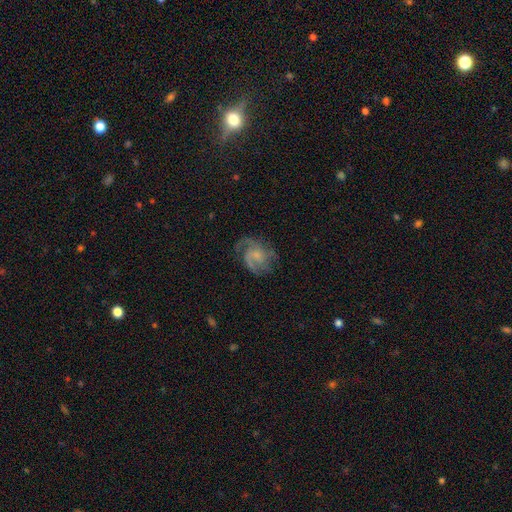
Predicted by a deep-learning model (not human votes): This appears to be a featured or disk galaxy (74%) with no bar (67%), 2 (36%) medium (49%) spiral arms (91%) and a small central bulge (51%). Merging: none (57%).